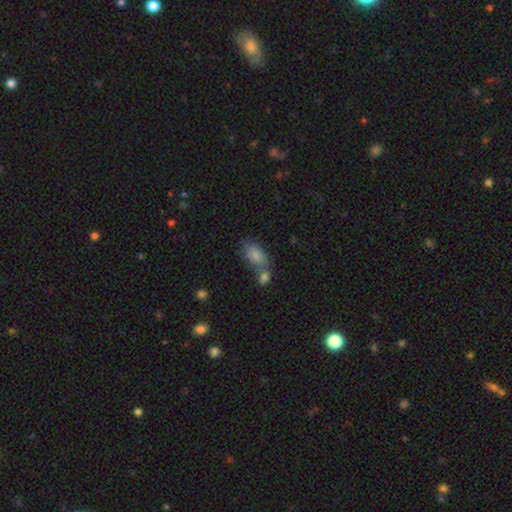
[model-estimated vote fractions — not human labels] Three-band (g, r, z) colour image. It shows a smooth galaxy with no disk features (82%) that is in between round and cigar-shaped (91%). Merging: merger (42%).